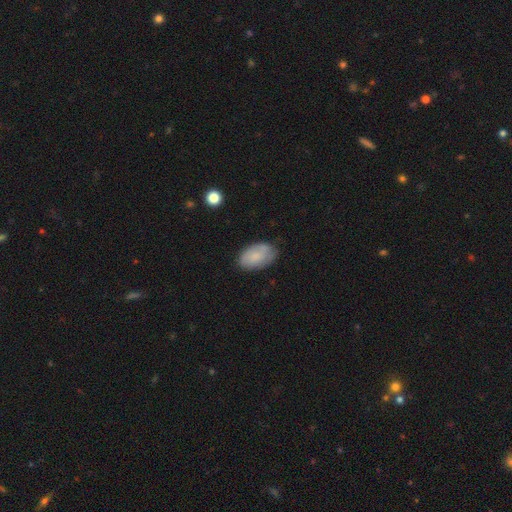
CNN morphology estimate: Smooth or featured? Predicted: smooth (p=0.77). How rounded? Predicted: in between (p=0.93). Merging? Predicted: none (p=0.76).